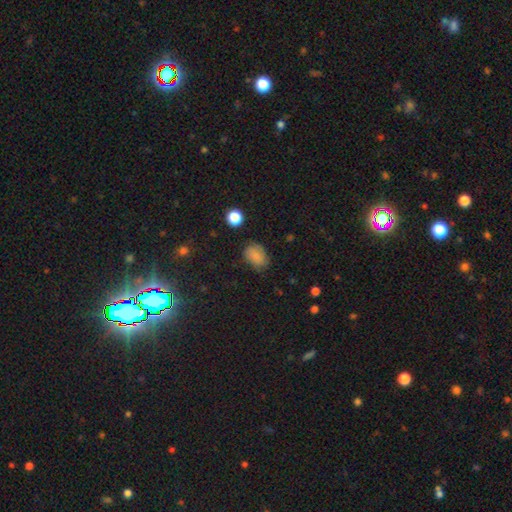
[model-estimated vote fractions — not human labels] smooth 79%, star or artifact 12%, featured or disk 10%. Down the decision tree: how rounded — in between (69%); merging — none (67%).